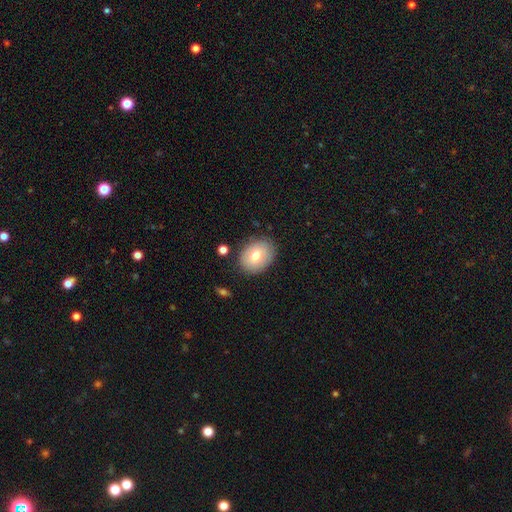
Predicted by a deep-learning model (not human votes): A smooth galaxy with no disk features (71%) that is in between round and cigar-shaped (61%).

Vote fractions:
- Smooth or featured? smooth: 71% / featured or disk: 21% / star or artifact: 8%
- How rounded? in between: 61% / round: 38% / cigar-shaped: 1%
- Merging? none: 82% / minor disturbance: 13% / major disturbance: 3% / merger: 2%